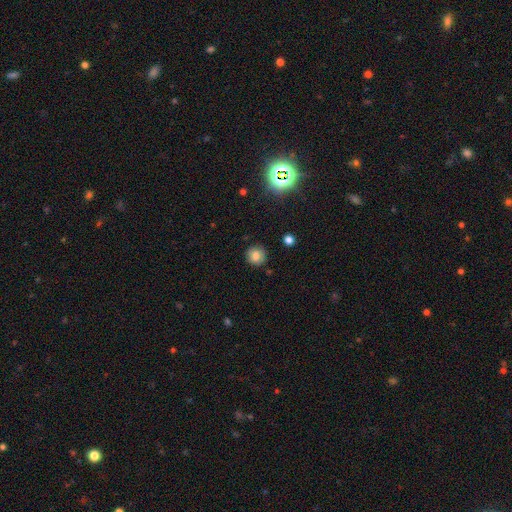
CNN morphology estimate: A smooth galaxy with no disk features (77%) that is round (91%).

Vote fractions:
- Smooth or featured? smooth: 77% / star or artifact: 13% / featured or disk: 10%
- How rounded? round: 91% / in between: 8% / cigar-shaped: 1%
- Merging? none: 86% / minor disturbance: 10% / major disturbance: 2% / merger: 2%